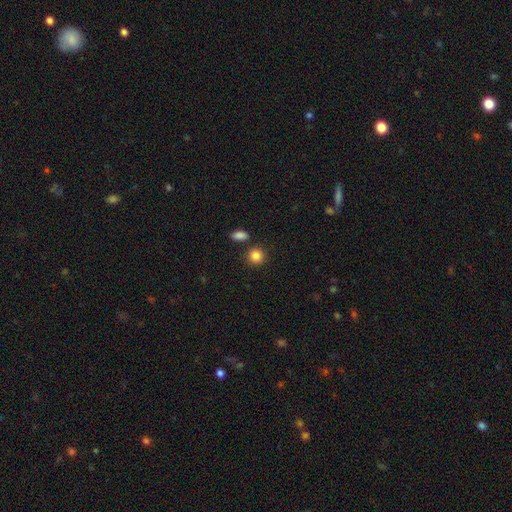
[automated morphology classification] Smooth or featured?
  - smooth: 86% *
  - star or artifact: 10%
  - featured or disk: 4%
How rounded?
  - round: 85% *
  - in between: 13%
  - cigar-shaped: 1%
Merging?
  - none: 82% *
  - minor disturbance: 8%
  - merger: 7%
  - major disturbance: 3%